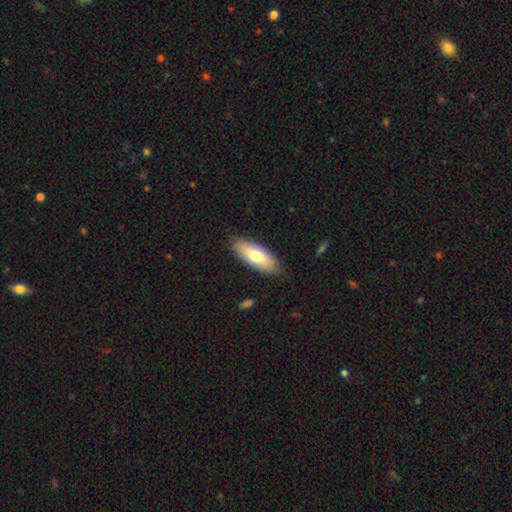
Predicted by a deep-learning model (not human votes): Smooth or featured: smooth — 73% (featured or disk — 21%)
How rounded: in between — 74% (cigar-shaped — 24%)
Merging: none — 86% (minor disturbance — 10%)